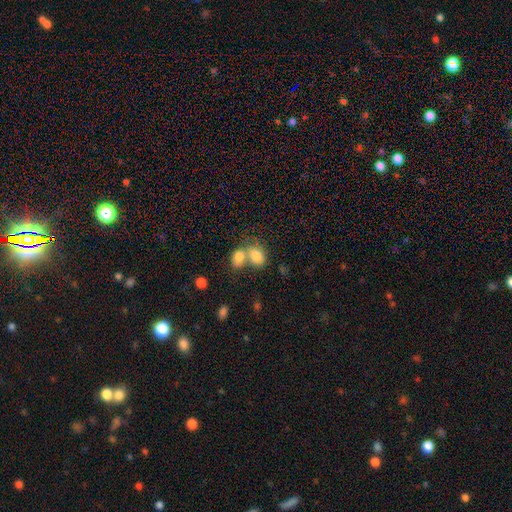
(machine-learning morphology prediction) smooth-or-featured: smooth: 80% | featured or disk: 11% | star or artifact: 8%
  how-rounded: in between: 80% | round: 18% | cigar-shaped: 1%
  merging: merger: 61% | none: 26% | minor disturbance: 8% | major disturbance: 5%